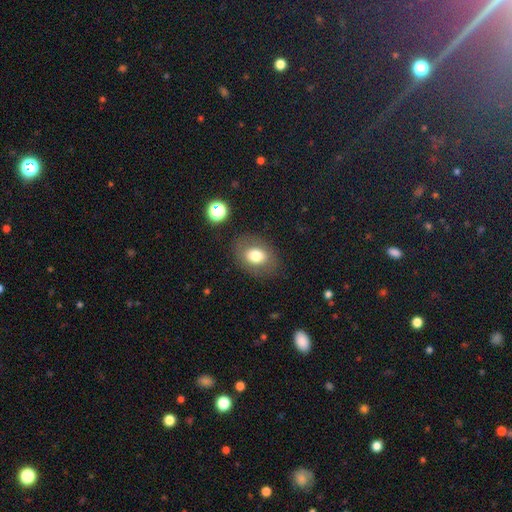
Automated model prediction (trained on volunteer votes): smooth 74%, featured or disk 16%, star or artifact 10%. Down the decision tree: how rounded — in between (66%); merging — none (80%).